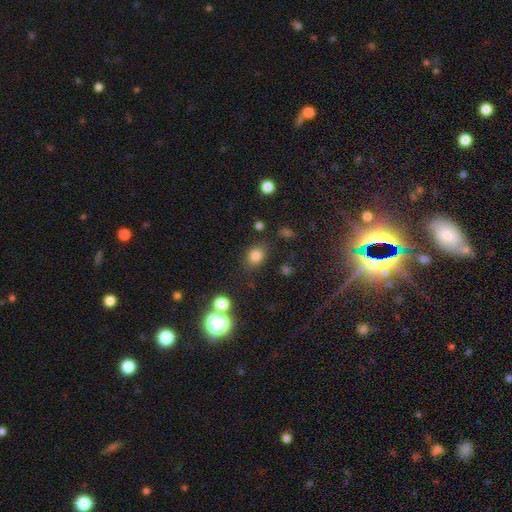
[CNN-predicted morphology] The model was most divided on "how rounded": round: 52%, in between: 47%, cigar-shaped: 1%. More confident: merging — none (80%); smooth or featured — smooth (80%).